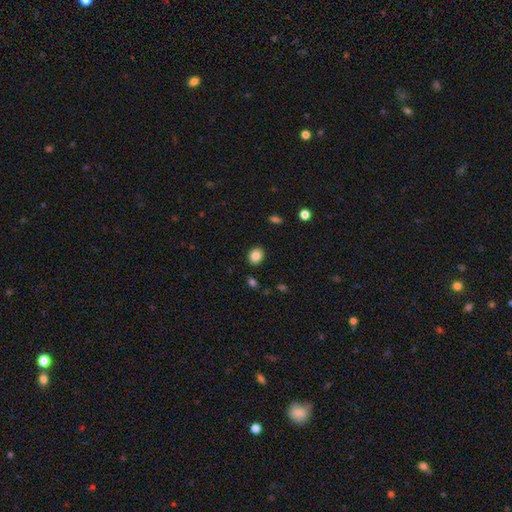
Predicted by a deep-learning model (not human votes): Smooth or featured? Predicted: smooth (p=0.83). How rounded? Predicted: round (p=0.58). Merging? Predicted: none (p=0.89).